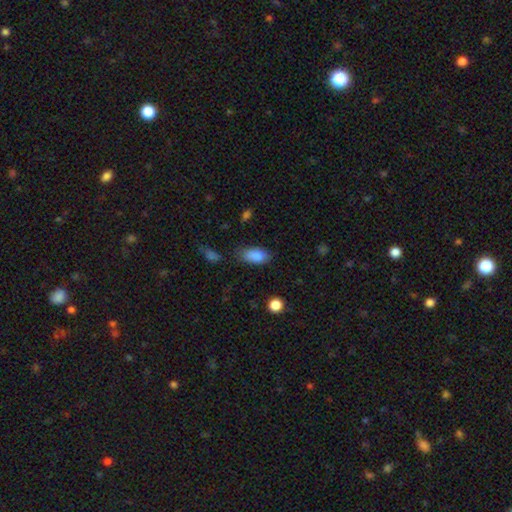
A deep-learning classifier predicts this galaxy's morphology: Smooth or featured: smooth — 86% (star or artifact — 8%)
How rounded: in between — 91% (cigar-shaped — 4%)
Merging: none — 70% (minor disturbance — 21%)